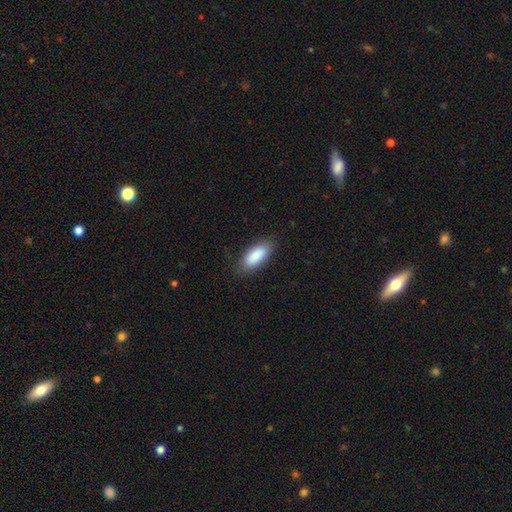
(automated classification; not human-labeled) This appears to be a smooth galaxy with no disk features (88%) that is in between round and cigar-shaped (82%). Merging: none (84%).